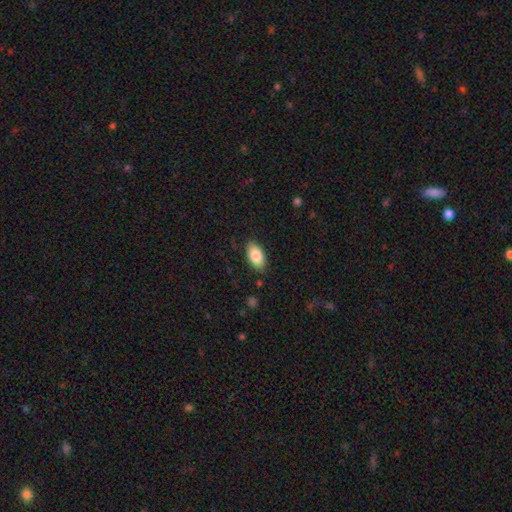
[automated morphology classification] smooth-or-featured: smooth: 84% | featured or disk: 10% | star or artifact: 7%
  how-rounded: in between: 94% | round: 4% | cigar-shaped: 2%
  merging: none: 85% | minor disturbance: 12% | major disturbance: 3% | merger: 1%